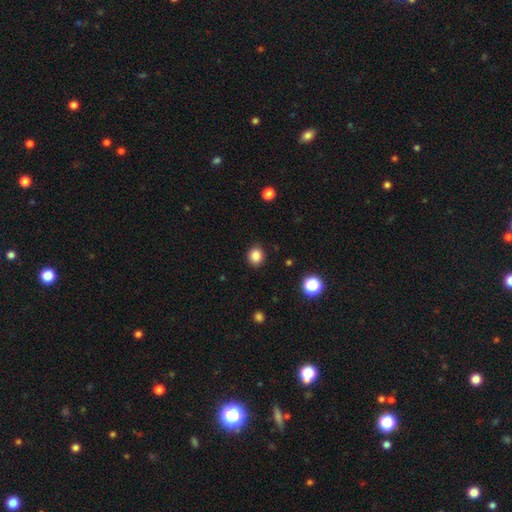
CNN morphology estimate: Smooth or featured: smooth — 86% (star or artifact — 11%)
How rounded: round — 75% (in between — 24%)
Merging: none — 89% (minor disturbance — 8%)